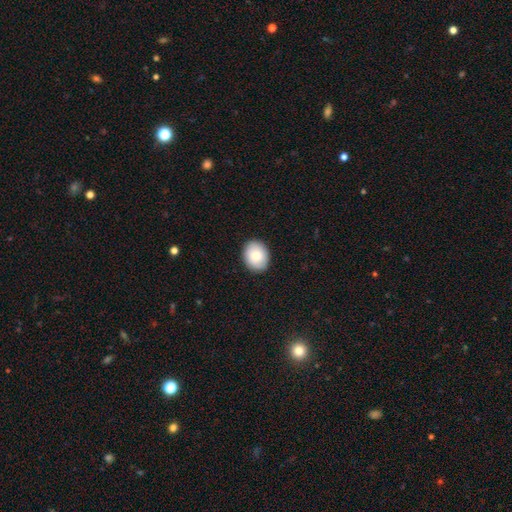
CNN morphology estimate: The model was most divided on "how rounded": in between: 50%, round: 49%, cigar-shaped: 1%. More confident: merging — none (89%); smooth or featured — smooth (81%).